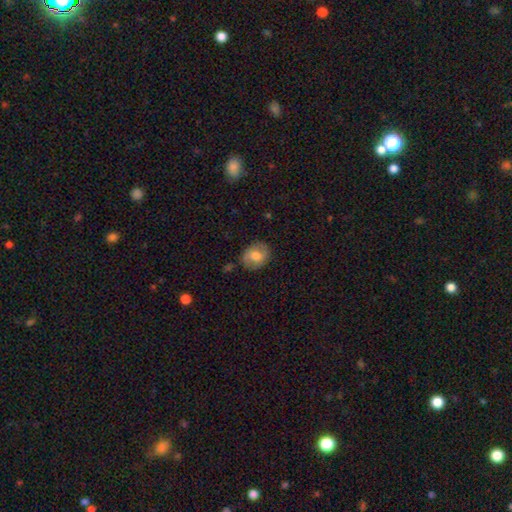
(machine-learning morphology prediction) The model was most divided on "how rounded": in between: 51%, round: 48%, cigar-shaped: 1%. More confident: merging — none (78%); smooth or featured — smooth (64%).